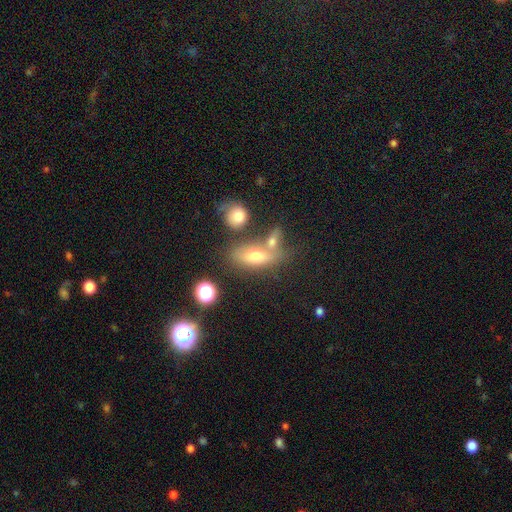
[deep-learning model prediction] Morphology: type=smooth (63%); roundness=in between (71%); merging=none (48%).